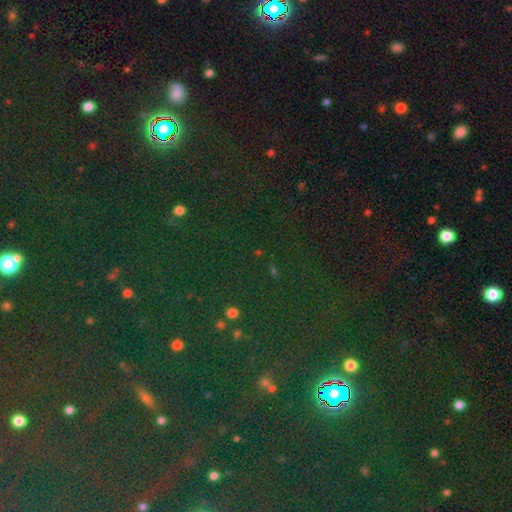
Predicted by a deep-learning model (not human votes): Smooth or featured? star or artifact (80%)